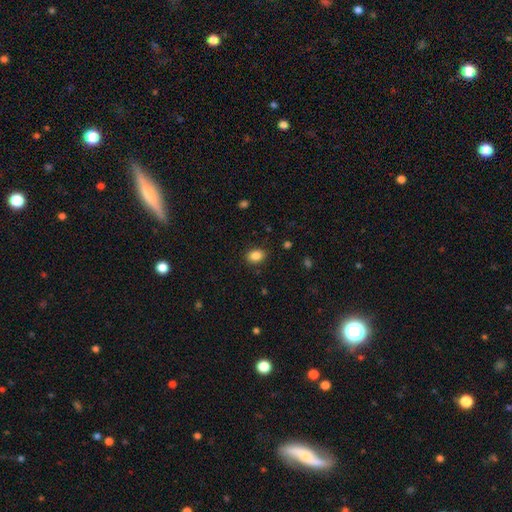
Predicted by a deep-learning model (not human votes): Smooth or featured: smooth — 87% (star or artifact — 9%)
How rounded: in between — 71% (round — 28%)
Merging: none — 87% (minor disturbance — 9%)